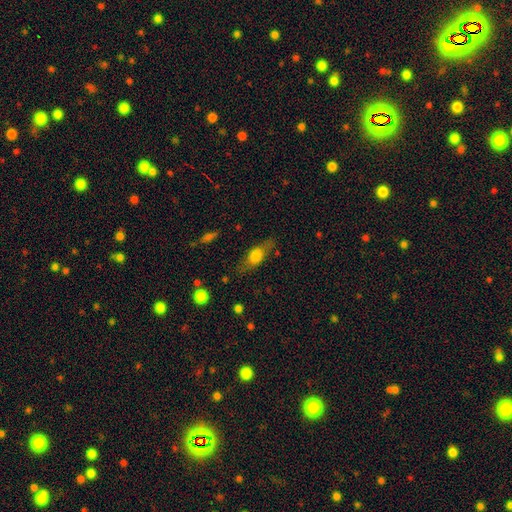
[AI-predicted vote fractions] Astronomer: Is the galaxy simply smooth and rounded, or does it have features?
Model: smooth — 63%.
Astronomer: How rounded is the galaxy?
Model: in between — 64%.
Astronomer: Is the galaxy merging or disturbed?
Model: none — 71%.